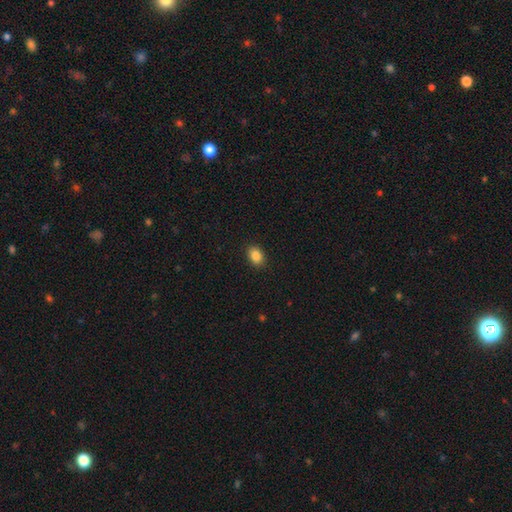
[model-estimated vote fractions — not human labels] Overall: smooth (86%). How rounded: in between (73%). Merging: none (89%).